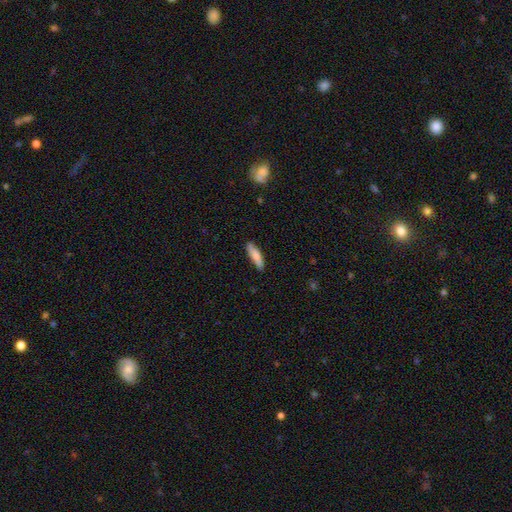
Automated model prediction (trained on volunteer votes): Smooth or featured?
  - smooth: 81% *
  - featured or disk: 13%
  - star or artifact: 6%
How rounded?
  - cigar-shaped: 67% *
  - in between: 32%
  - round: 2%
Merging?
  - none: 83% *
  - minor disturbance: 14%
  - major disturbance: 2%
  - merger: 1%